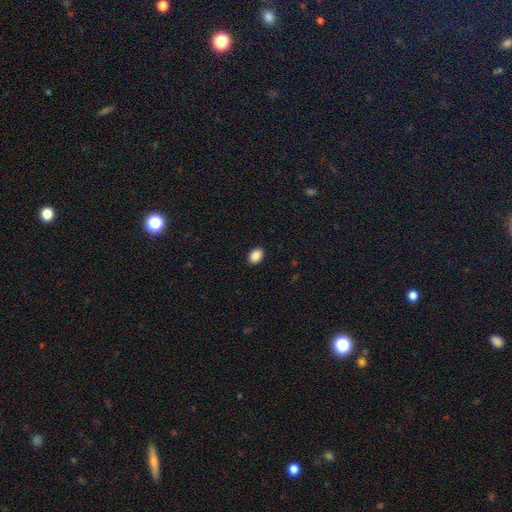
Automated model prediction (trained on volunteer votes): Smooth or featured: smooth — 89% (star or artifact — 8%)
How rounded: in between — 80% (round — 19%)
Merging: none — 90% (minor disturbance — 7%)